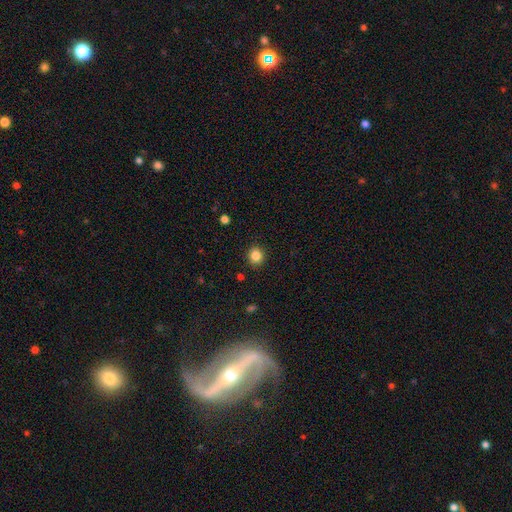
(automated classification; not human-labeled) smooth-or-featured: smooth: 84% | star or artifact: 11% | featured or disk: 5%
  how-rounded: round: 84% | in between: 16% | cigar-shaped: 1%
  merging: none: 90% | minor disturbance: 7% | major disturbance: 2% | merger: 1%